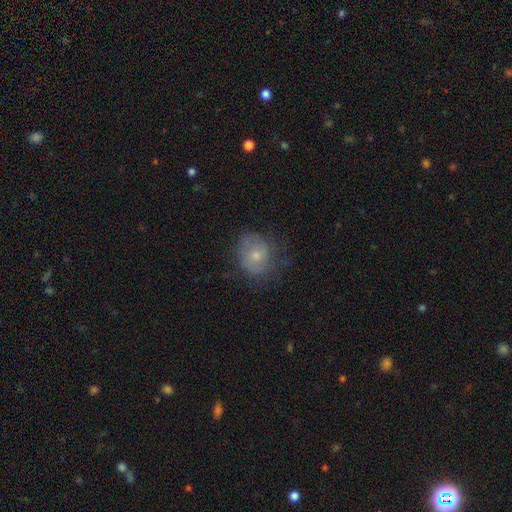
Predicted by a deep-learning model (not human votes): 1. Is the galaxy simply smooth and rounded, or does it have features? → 53% smooth, 38% featured or disk, 9% star or artifact.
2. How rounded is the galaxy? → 71% round, 28% in between, 1% cigar-shaped.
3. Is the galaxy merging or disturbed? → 61% none, 24% minor disturbance, 13% major disturbance, 1% merger.